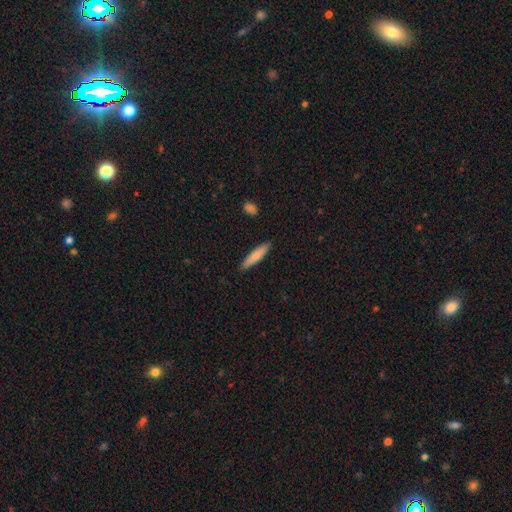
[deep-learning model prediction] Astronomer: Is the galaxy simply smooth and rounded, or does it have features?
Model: smooth — 76%.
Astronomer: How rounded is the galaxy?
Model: cigar-shaped — 82%.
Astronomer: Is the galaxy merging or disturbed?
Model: none — 89%.